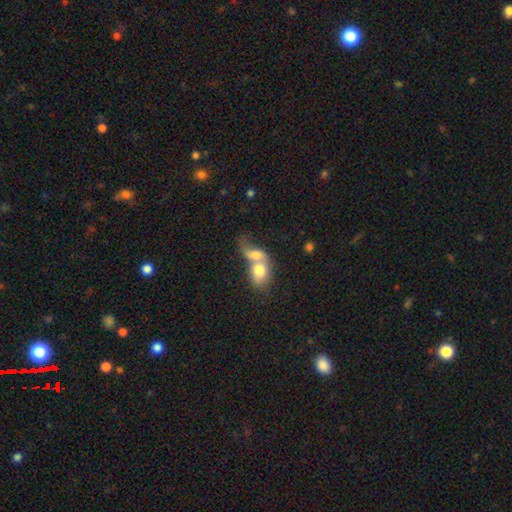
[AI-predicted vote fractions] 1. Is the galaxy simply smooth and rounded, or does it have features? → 60% smooth, 21% featured or disk, 19% star or artifact.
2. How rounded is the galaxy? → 54% in between, 39% round, 7% cigar-shaped.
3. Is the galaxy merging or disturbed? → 55% merger, 30% none, 8% minor disturbance, 6% major disturbance.